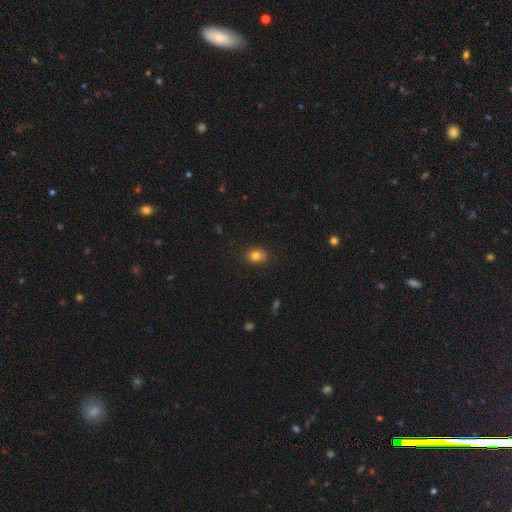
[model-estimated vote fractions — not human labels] Q: Smooth or featured?
A: smooth (80%); runner-up: star or artifact (12%)
Q: How rounded?
A: in between (53%); runner-up: round (46%)
Q: Merging?
A: none (85%); runner-up: minor disturbance (12%)